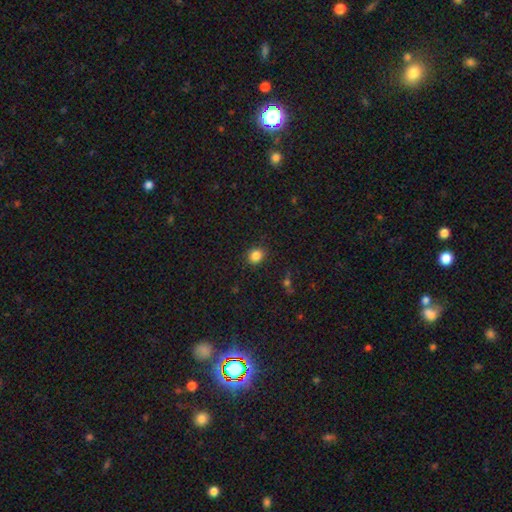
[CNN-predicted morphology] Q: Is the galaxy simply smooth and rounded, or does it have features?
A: smooth — 84%.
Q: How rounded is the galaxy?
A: round — 73%.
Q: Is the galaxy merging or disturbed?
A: none — 87%.